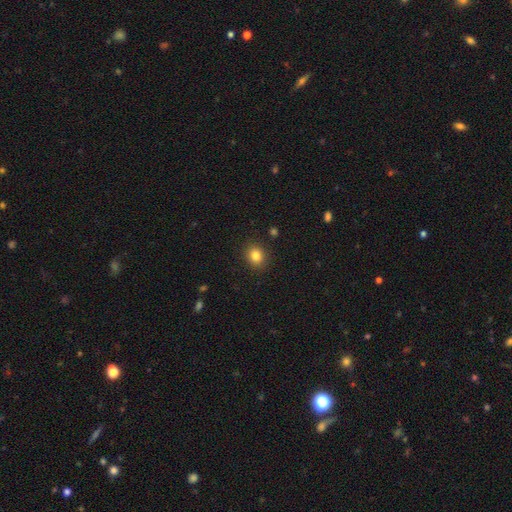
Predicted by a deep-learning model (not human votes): Smooth or featured?
  - smooth: 83% *
  - star or artifact: 11%
  - featured or disk: 6%
How rounded?
  - round: 64% *
  - in between: 35%
  - cigar-shaped: 1%
Merging?
  - none: 89% *
  - minor disturbance: 7%
  - major disturbance: 2%
  - merger: 1%